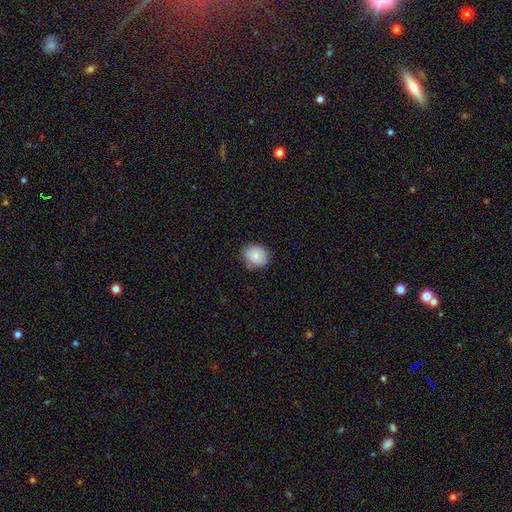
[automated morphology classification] Q: Smooth or featured?
A: smooth (85%); runner-up: star or artifact (8%)
Q: How rounded?
A: round (69%); runner-up: in between (30%)
Q: Merging?
A: none (80%); runner-up: minor disturbance (15%)